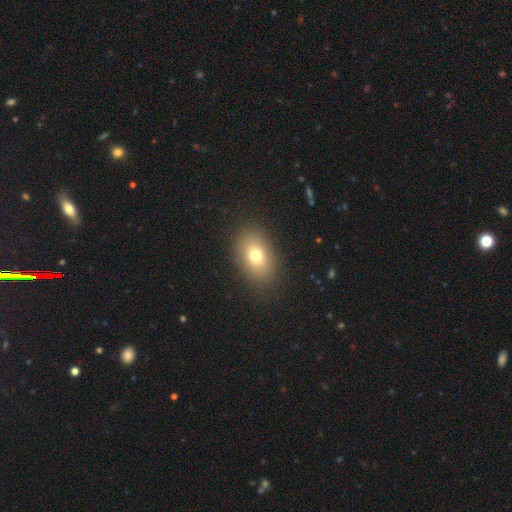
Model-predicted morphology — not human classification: Smooth or featured: smooth — 74% (featured or disk — 14%)
How rounded: in between — 79% (round — 19%)
Merging: none — 86% (minor disturbance — 9%)